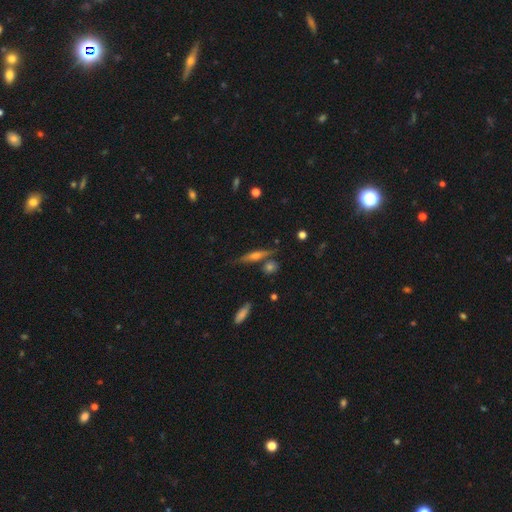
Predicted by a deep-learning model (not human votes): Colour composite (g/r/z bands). It shows a featured or disk galaxy (62%) viewed edge-on (95%) with a rounded central bulge (74%). Merging: none (76%).